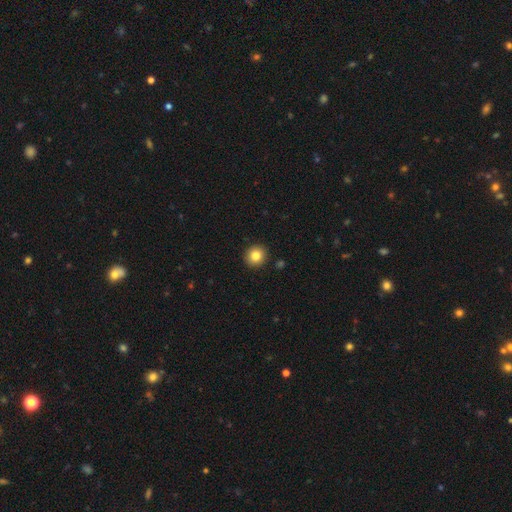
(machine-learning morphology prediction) smooth-or-featured: smooth: 84% | star or artifact: 10% | featured or disk: 7%
  how-rounded: round: 91% | in between: 8% | cigar-shaped: 1%
  merging: none: 92% | minor disturbance: 5% | major disturbance: 2% | merger: 1%